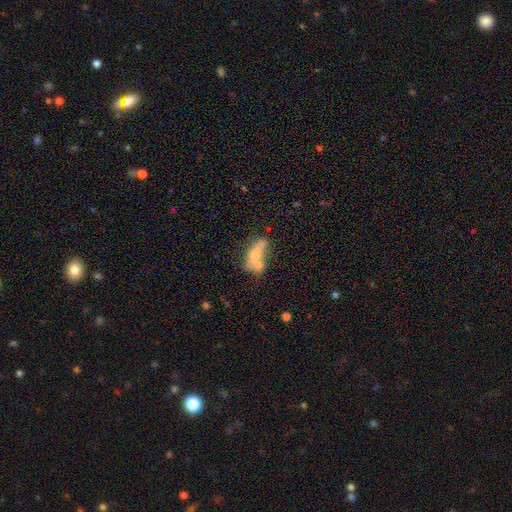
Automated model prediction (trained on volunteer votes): smooth-or-featured: smooth: 53% | featured or disk: 36% | star or artifact: 10%
  how-rounded: in between: 72% | cigar-shaped: 19% | round: 9%
  merging: merger: 50% | none: 23% | major disturbance: 14% | minor disturbance: 13%